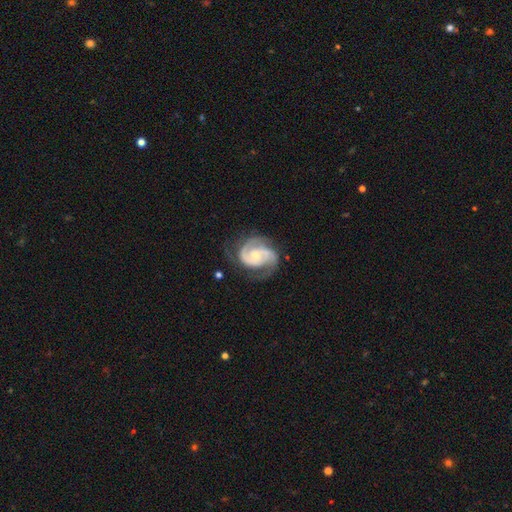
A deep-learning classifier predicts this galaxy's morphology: A featured or disk galaxy (90%) with no bar (58%), 2 (70%) tight (47%) spiral arms (98%) and a small central bulge (56%). Merging: none (68%).